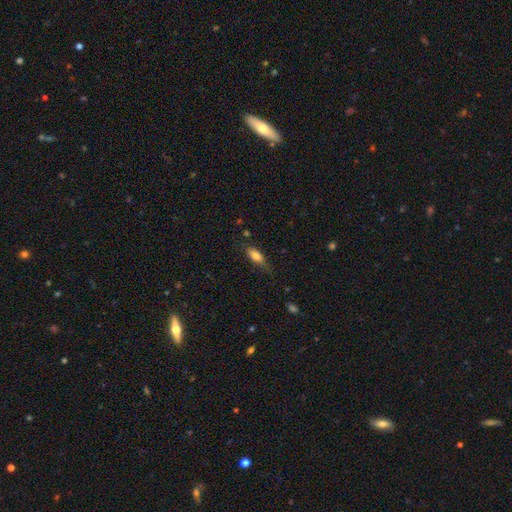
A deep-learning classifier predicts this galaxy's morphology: This is likely a smooth galaxy (75%). How rounded: likely in between (71%). Merging: possibly none (59%).